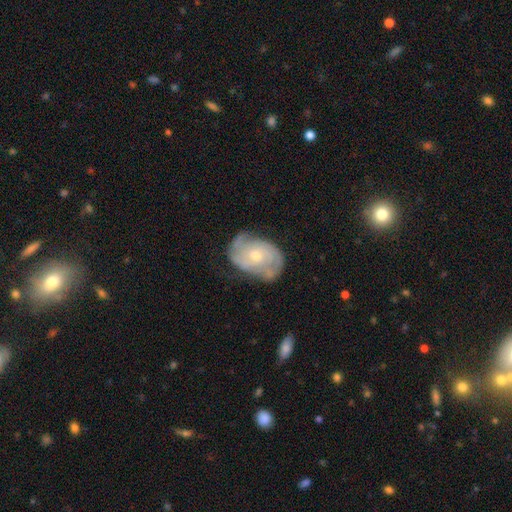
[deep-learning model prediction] Smooth or featured: featured or disk — 79% (smooth — 16%)
Edge-on disk: no — 97% (yes — 3%)
Bar: no — 72% (weak — 24%)
Spiral arms: yes — 91% (no — 9%)
Spiral winding: tight — 49% (medium — 38%)
Spiral arm count: 2 — 47% (can't tell — 25%)
Bulge size: small — 54% (moderate — 42%)
Merging: none — 64% (minor disturbance — 25%)